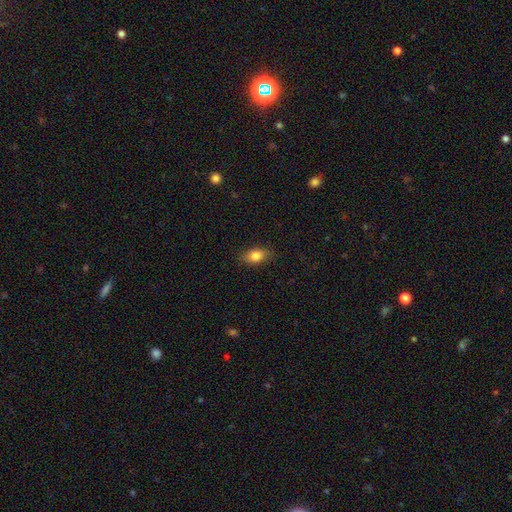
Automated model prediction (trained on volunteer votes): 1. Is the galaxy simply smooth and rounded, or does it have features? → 82% smooth, 9% featured or disk, 9% star or artifact.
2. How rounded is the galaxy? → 80% in between, 16% round, 4% cigar-shaped.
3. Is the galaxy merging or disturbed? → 83% none, 13% minor disturbance, 3% major disturbance, 1% merger.